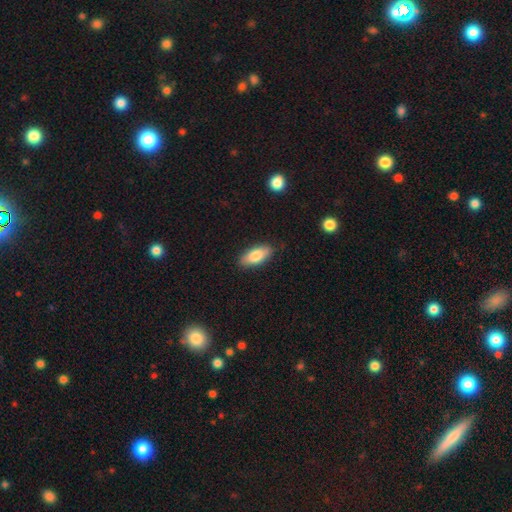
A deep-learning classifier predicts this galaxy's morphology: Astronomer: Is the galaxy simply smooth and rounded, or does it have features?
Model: smooth — 80%.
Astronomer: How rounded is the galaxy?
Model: in between — 84%.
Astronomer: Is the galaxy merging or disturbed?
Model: none — 86%.